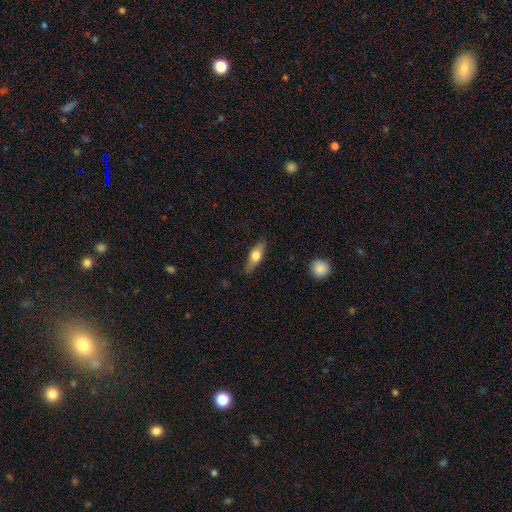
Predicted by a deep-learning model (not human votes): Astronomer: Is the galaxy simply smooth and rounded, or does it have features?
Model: smooth — 59% (runner-up: featured or disk, 35%).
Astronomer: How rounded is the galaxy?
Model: in between — 61%.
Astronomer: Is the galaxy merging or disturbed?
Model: none — 80%.